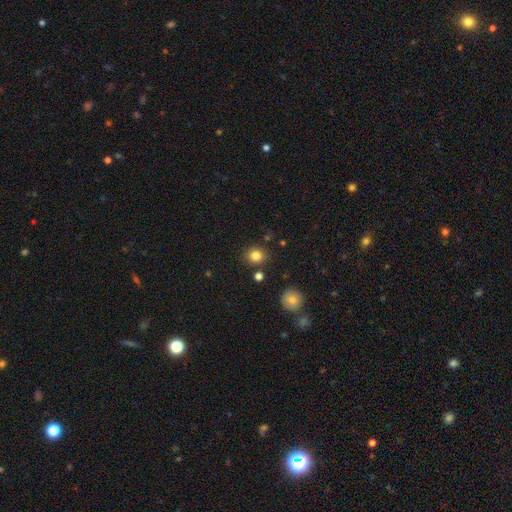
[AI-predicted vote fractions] Overall: smooth (81%). How rounded: round (84%). Merging: none (86%).